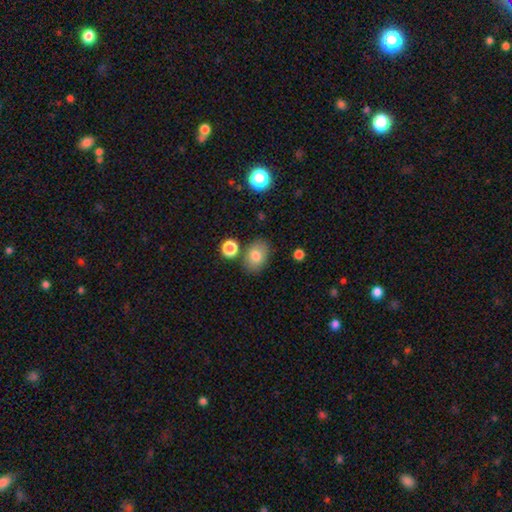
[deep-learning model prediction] The model was most divided on "how rounded": in between: 74%, round: 25%, cigar-shaped: 1%. More confident: smooth or featured — smooth (79%); merging — none (77%).